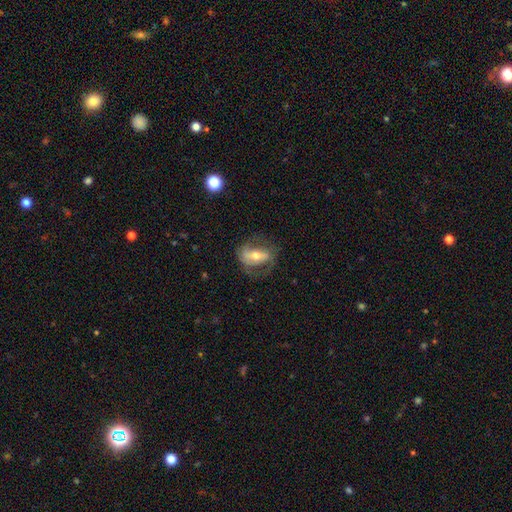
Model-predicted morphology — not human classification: smooth-or-featured: featured or disk: 66% | smooth: 27% | star or artifact: 8%
  disk-edge-on: no: 91% | yes: 9%
    bar: strong: 43% | weak: 30% | no: 26%
    has-spiral-arms: yes: 75% | no: 25%
    bulge-size: moderate: 59% | small: 34% | large: 4% | none: 1% | dominant: 1%
  merging: none: 60% | minor disturbance: 21% | major disturbance: 17% | merger: 2%